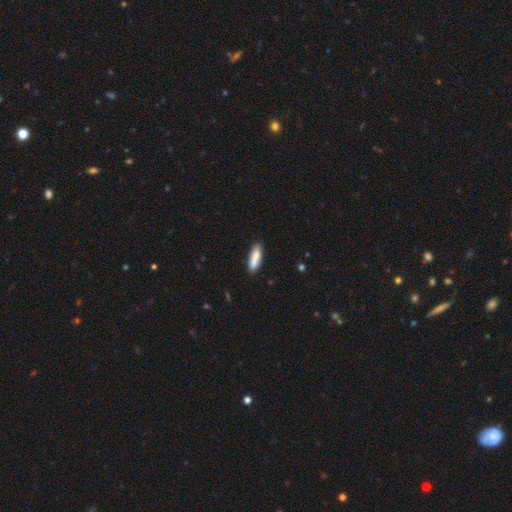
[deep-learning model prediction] A smooth galaxy with no disk features (84%) that is cigar-shaped (62%). Merging: none (82%).